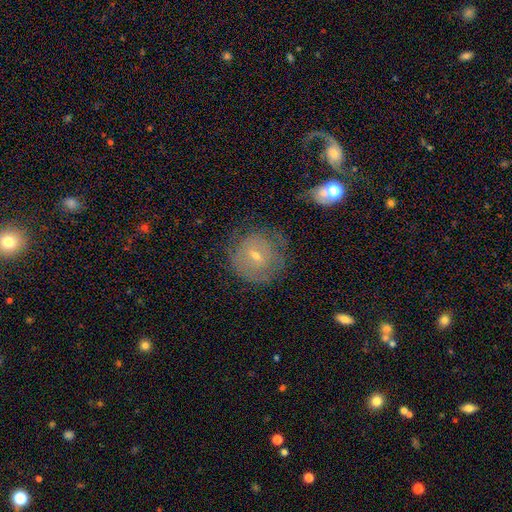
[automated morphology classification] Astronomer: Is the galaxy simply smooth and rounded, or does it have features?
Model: featured or disk — 50% (runner-up: smooth, 40%).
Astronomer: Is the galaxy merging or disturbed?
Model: none — 64%.